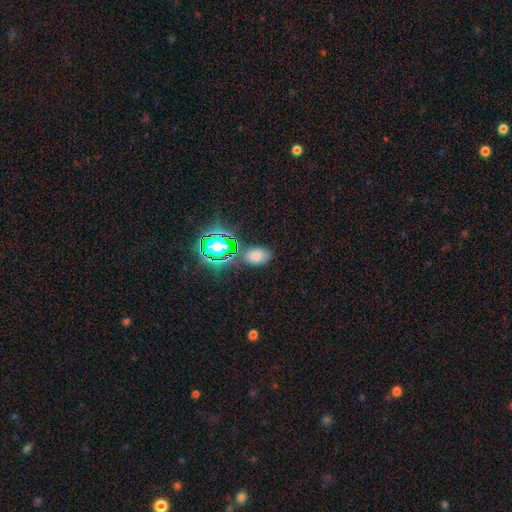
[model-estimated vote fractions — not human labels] smooth 66%, star or artifact 26%, featured or disk 8%. Down the decision tree: how rounded — in between (89%); merging — none (76%).